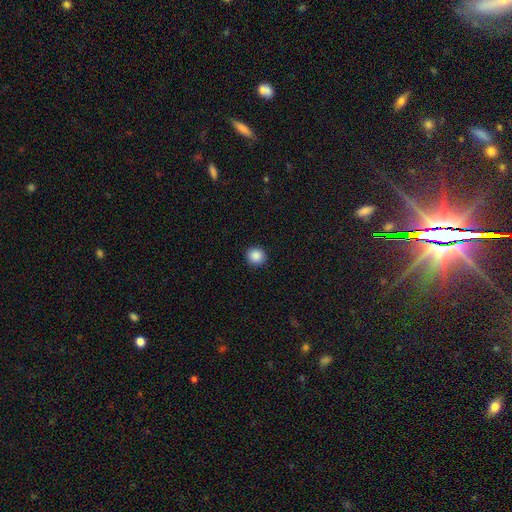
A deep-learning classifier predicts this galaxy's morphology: Smooth or featured? smooth (88%)
How rounded? round (91%)
Merging? none (92%)